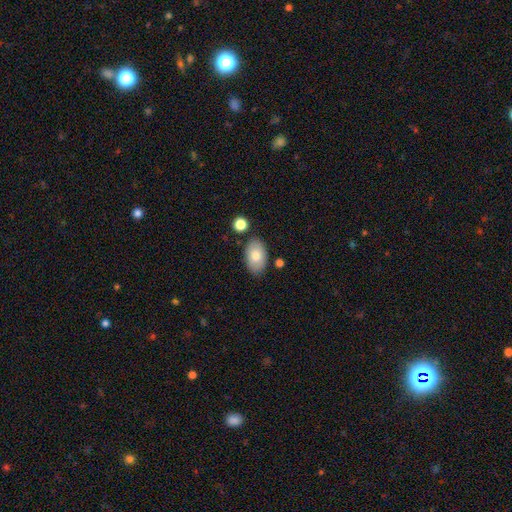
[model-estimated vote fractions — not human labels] Smooth or featured? smooth (76%)
How rounded? in between (92%)
Merging? none (81%)